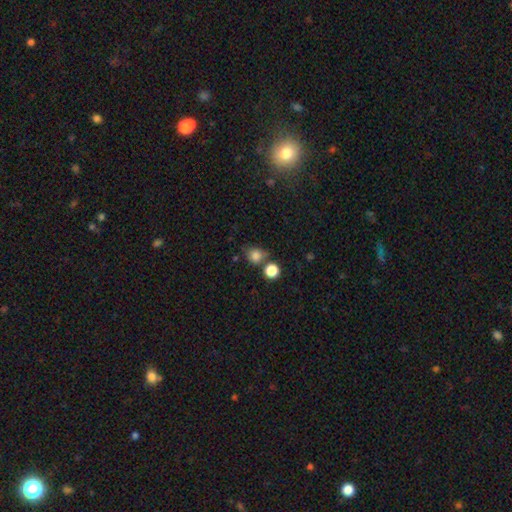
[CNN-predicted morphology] A smooth galaxy with no disk features (82%) that is round (75%). Merging: none (61%).